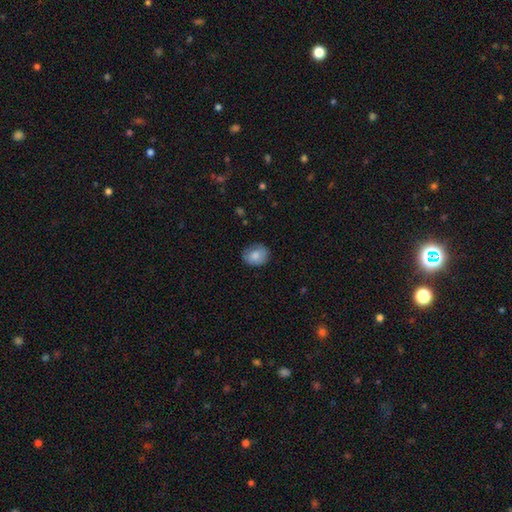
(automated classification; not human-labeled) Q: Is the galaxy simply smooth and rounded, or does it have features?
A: smooth — 80%.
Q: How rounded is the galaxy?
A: round — 52%.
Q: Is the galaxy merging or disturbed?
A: none — 78%.